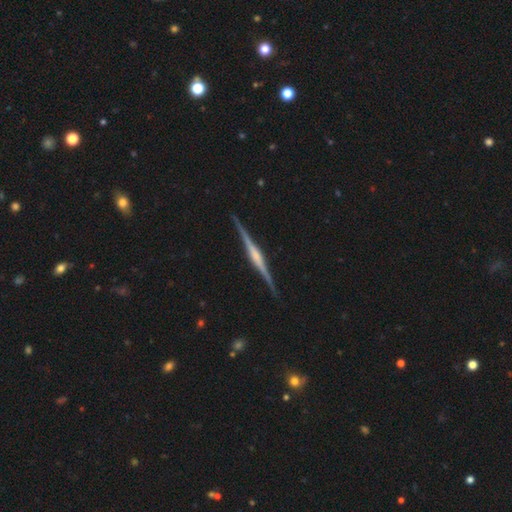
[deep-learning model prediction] Smooth or featured? featured or disk (84%)
Edge-on disk? yes (99%)
Edge-on bulge? rounded (57%)
Merging? none (90%)